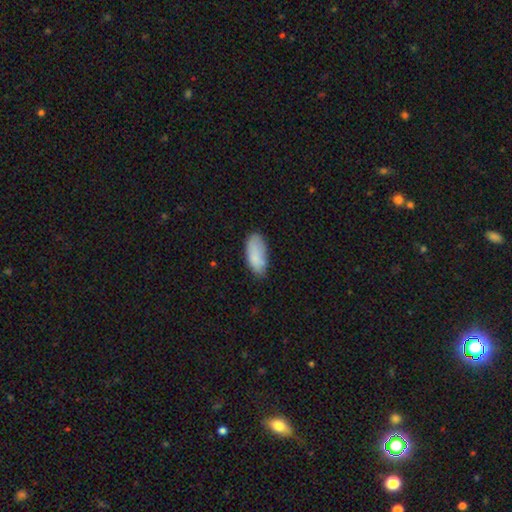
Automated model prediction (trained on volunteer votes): Smooth or featured? smooth (85%)
How rounded? in between (91%)
Merging? none (67%)